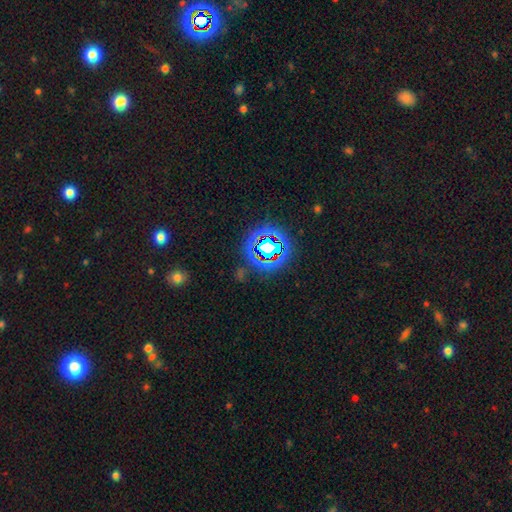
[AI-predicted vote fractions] A star or artifact, not a galaxy (76%).